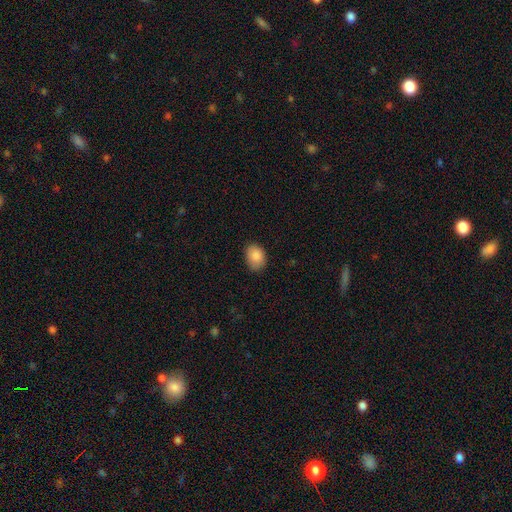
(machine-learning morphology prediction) smooth-or-featured: smooth: 88% | star or artifact: 7% | featured or disk: 4%
  how-rounded: in between: 77% | round: 22% | cigar-shaped: 1%
  merging: none: 79% | minor disturbance: 17% | major disturbance: 3% | merger: 1%